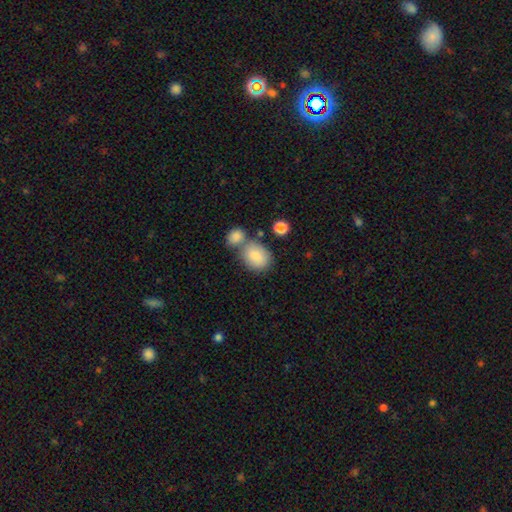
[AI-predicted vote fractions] Q: Smooth or featured?
A: smooth (84%); runner-up: featured or disk (9%)
Q: How rounded?
A: in between (59%); runner-up: round (40%)
Q: Merging?
A: none (46%); runner-up: merger (36%)